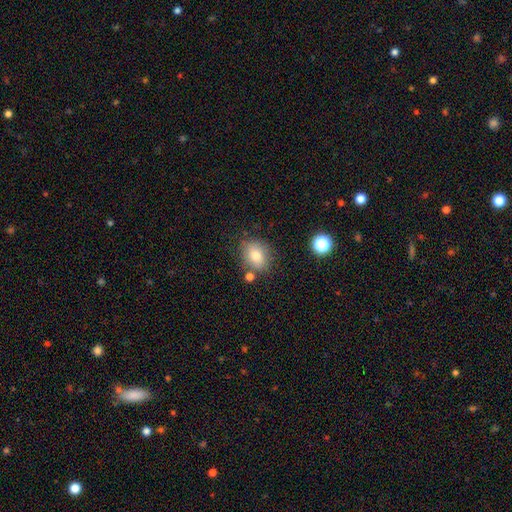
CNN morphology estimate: This is likely a smooth galaxy (77%). How rounded: possibly round (51%). Merging: likely none (73%).